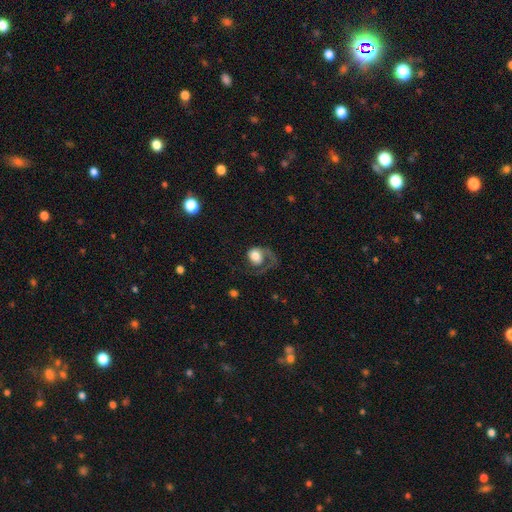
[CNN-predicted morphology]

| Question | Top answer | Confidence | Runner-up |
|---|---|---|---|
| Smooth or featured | featured or disk | 50% | smooth (42%) |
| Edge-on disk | no | 97% | yes (3%) |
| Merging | major disturbance | 51% | none (31%) |